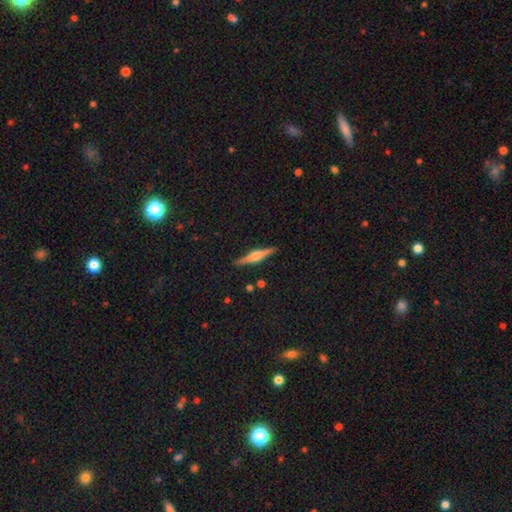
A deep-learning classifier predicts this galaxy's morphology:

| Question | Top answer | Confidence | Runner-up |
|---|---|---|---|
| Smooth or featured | featured or disk | 73% | smooth (21%) |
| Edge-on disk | yes | 98% | no (2%) |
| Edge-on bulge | rounded | 80% | boxy (16%) |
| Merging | none | 90% | minor disturbance (7%) |